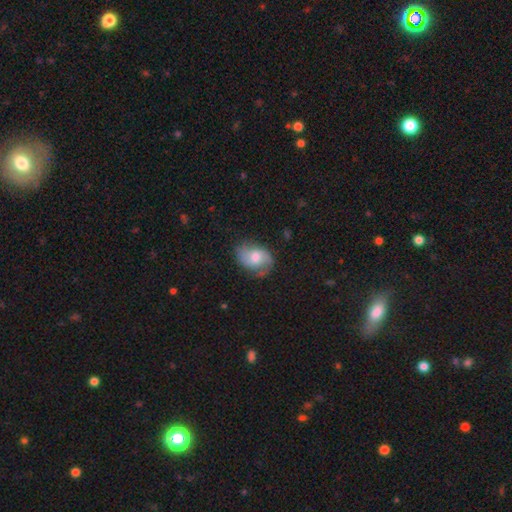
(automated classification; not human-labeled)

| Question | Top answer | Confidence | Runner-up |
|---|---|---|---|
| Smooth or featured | featured or disk | 54% | smooth (38%) |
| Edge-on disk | no | 96% | yes (4%) |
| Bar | no | 63% | weak (31%) |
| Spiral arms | yes | 86% | no (14%) |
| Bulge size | moderate | 63% | small (22%) |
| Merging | none | 69% | minor disturbance (22%) |